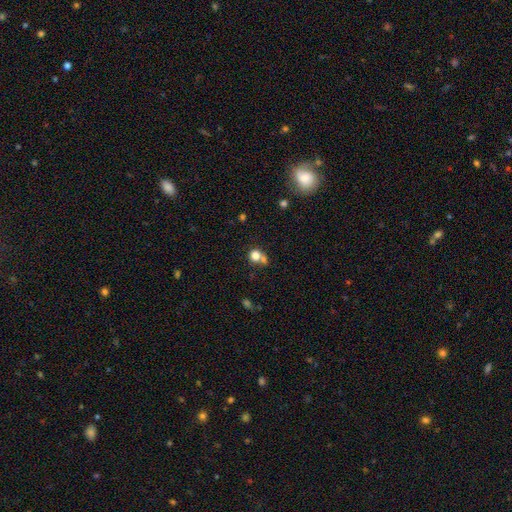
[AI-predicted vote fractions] Smooth or featured?
  - smooth: 78% *
  - star or artifact: 13%
  - featured or disk: 9%
How rounded?
  - round: 84% *
  - in between: 14%
  - cigar-shaped: 1%
Merging?
  - none: 48% *
  - merger: 35%
  - minor disturbance: 11%
  - major disturbance: 7%